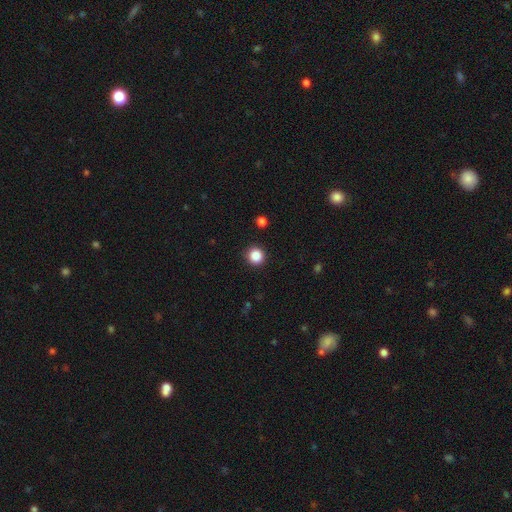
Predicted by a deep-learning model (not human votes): This appears to be a smooth galaxy with no disk features (86%) that is round (94%). Merging: none (91%).